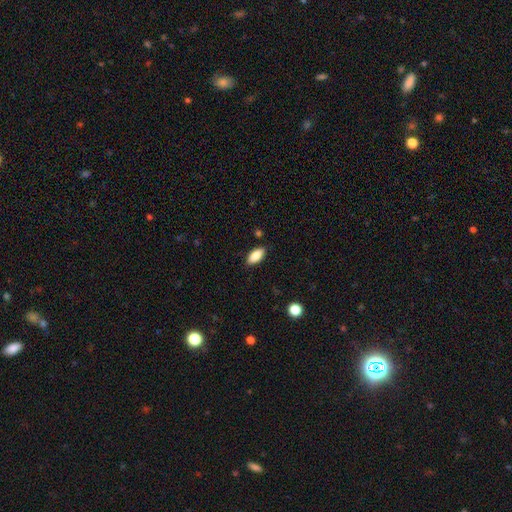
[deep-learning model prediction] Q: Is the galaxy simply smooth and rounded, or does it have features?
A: smooth — 85%.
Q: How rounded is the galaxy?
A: in between — 88%.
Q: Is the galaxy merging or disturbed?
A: none — 87%.